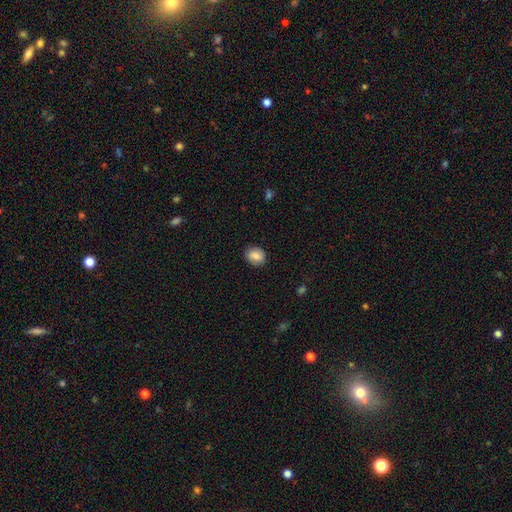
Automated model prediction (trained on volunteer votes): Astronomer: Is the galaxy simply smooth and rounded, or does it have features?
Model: smooth — 81%.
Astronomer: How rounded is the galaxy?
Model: round — 57% (runner-up: in between, 42%).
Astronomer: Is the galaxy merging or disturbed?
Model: none — 85%.